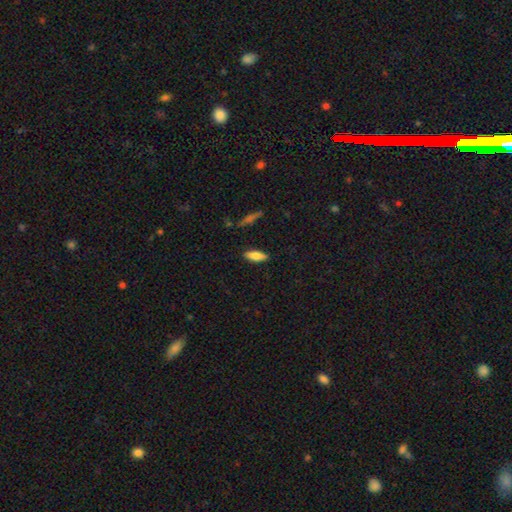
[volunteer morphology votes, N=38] Q: Smooth or featured?
A: smooth (74%); runner-up: featured or disk (18%)
Q: How rounded?
A: in between (64%); runner-up: cigar-shaped (32%)
Q: Merging?
A: none (89%); runner-up: minor disturbance (6%)